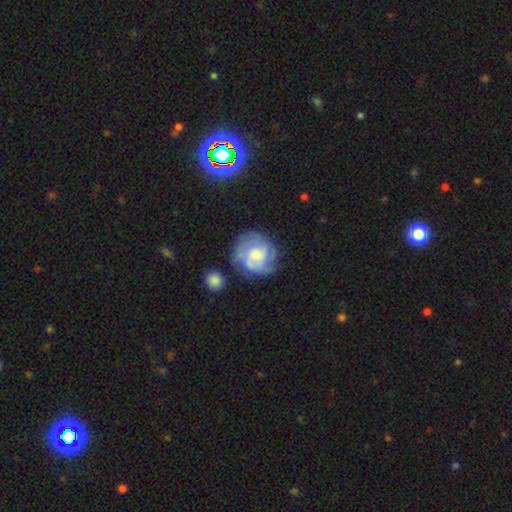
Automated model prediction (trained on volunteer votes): Smooth or featured: featured or disk — 49% (smooth — 44%)
Merging: none — 60% (minor disturbance — 22%)